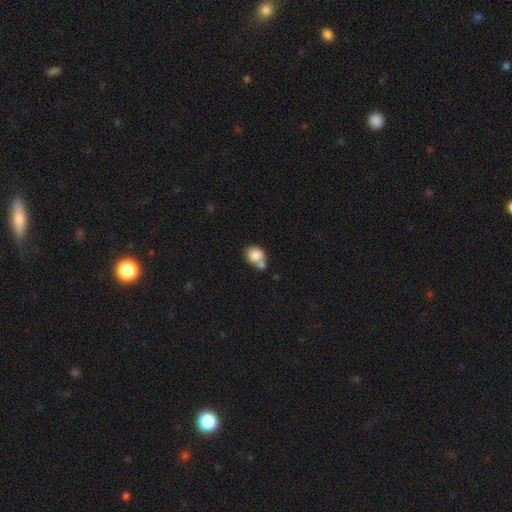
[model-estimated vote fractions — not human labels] The model was most divided on "merging": merger: 45%, none: 39%, minor disturbance: 12%, major disturbance: 4%. More confident: smooth or featured — smooth (82%); how rounded — round (59%).